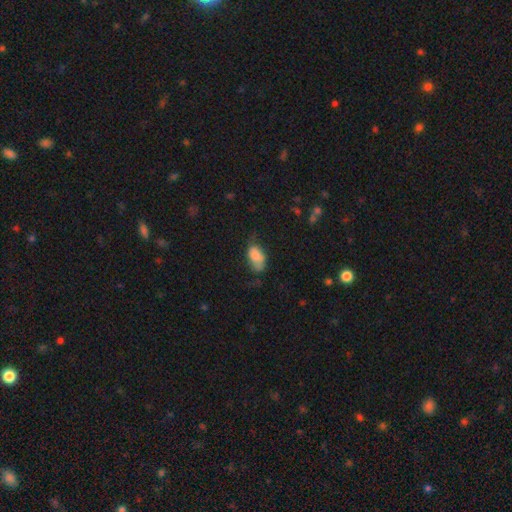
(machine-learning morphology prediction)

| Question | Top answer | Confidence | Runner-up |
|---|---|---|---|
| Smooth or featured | smooth | 76% | featured or disk (15%) |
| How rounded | in between | 90% | round (7%) |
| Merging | none | 37% | minor disturbance (35%) |